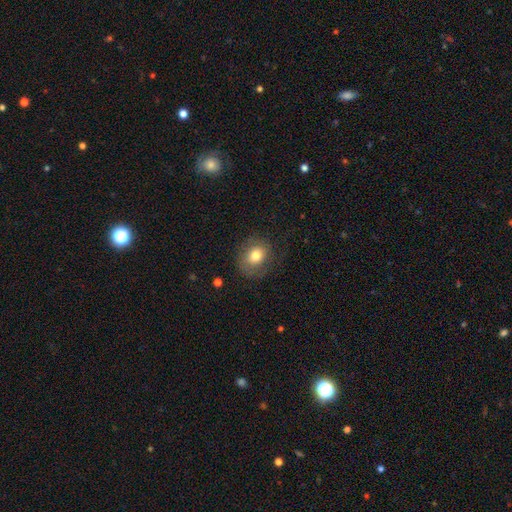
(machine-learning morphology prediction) Smooth or featured?
  - smooth: 74% *
  - featured or disk: 16%
  - star or artifact: 9%
How rounded?
  - round: 62% *
  - in between: 37%
  - cigar-shaped: 1%
Merging?
  - none: 76% *
  - minor disturbance: 15%
  - major disturbance: 8%
  - merger: 1%